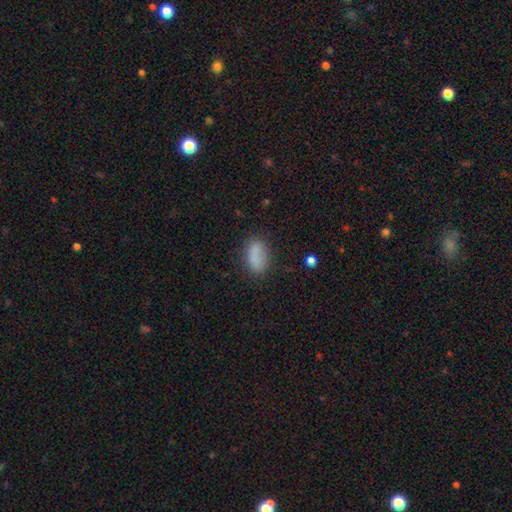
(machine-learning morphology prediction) A smooth galaxy with no disk features (81%) that is in between round and cigar-shaped (89%).

Vote fractions:
- Smooth or featured? smooth: 81% / star or artifact: 10% / featured or disk: 10%
- How rounded? in between: 89% / round: 7% / cigar-shaped: 4%
- Merging? none: 65% / minor disturbance: 21% / major disturbance: 8% / merger: 6%